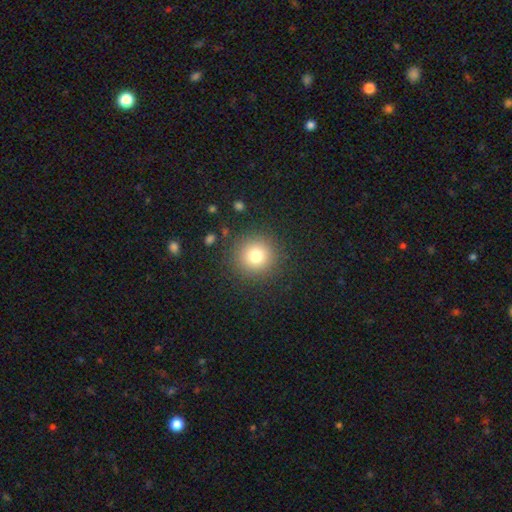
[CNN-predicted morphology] Overall: smooth (79%). How rounded: round (94%). Merging: none (89%).